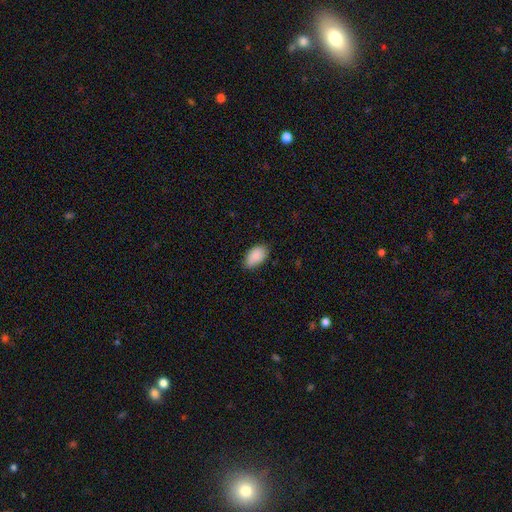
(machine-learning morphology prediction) This appears to be a smooth galaxy with no disk features (89%) that is in between round and cigar-shaped (93%). Merging: none (76%).